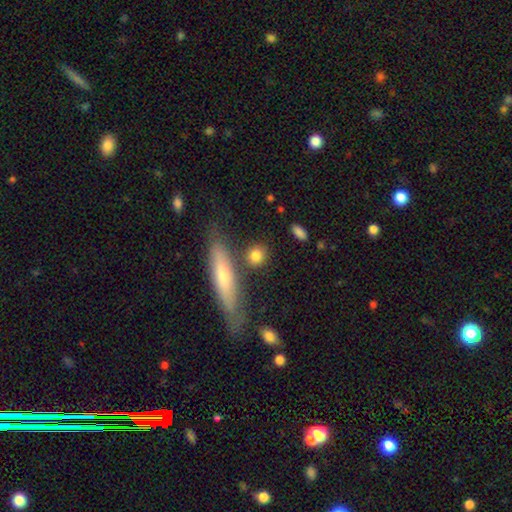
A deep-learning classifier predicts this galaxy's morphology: This is clearly a smooth galaxy (81%). How rounded: likely round (66%). Merging: likely none (77%).